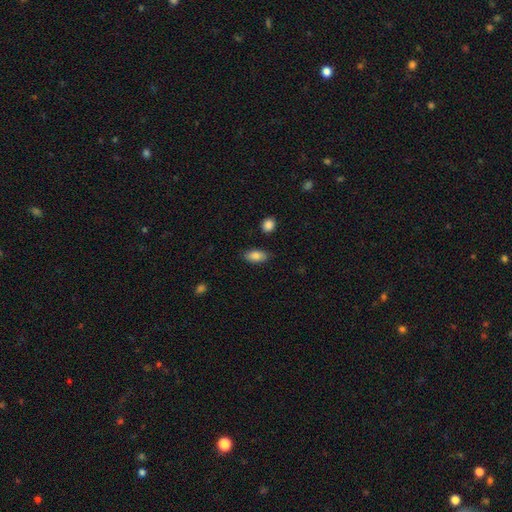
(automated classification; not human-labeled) A smooth galaxy with no disk features (85%) that is in between round and cigar-shaped (90%).

Vote fractions:
- Smooth or featured? smooth: 85% / featured or disk: 7% / star or artifact: 7%
- How rounded? in between: 90% / cigar-shaped: 6% / round: 5%
- Merging? none: 84% / minor disturbance: 12% / major disturbance: 3% / merger: 2%